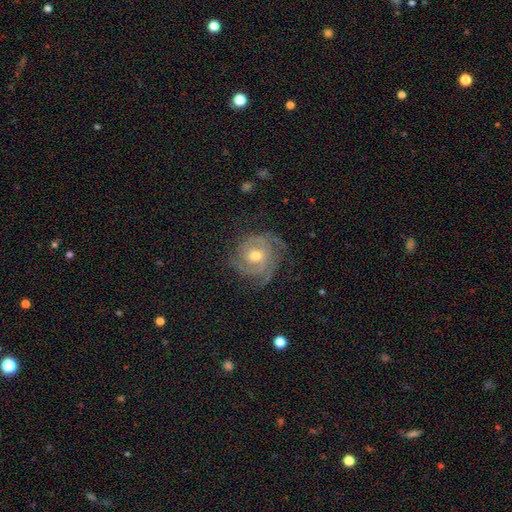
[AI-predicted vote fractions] Smooth or featured? featured or disk (86%)
Edge-on disk? no (97%)
Bar? no (65%)
Spiral arms? yes (96%)
Spiral winding? tight (69%)
Spiral arm count? 3 (35%)
Bulge size? moderate (70%)
Merging? none (73%)